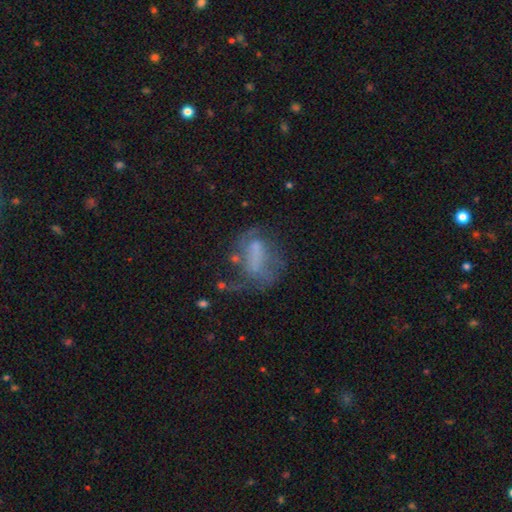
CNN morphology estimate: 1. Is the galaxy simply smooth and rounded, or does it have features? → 48% featured or disk, 36% smooth, 15% star or artifact.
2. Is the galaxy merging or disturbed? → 39% major disturbance, 31% none, 21% minor disturbance, 9% merger.